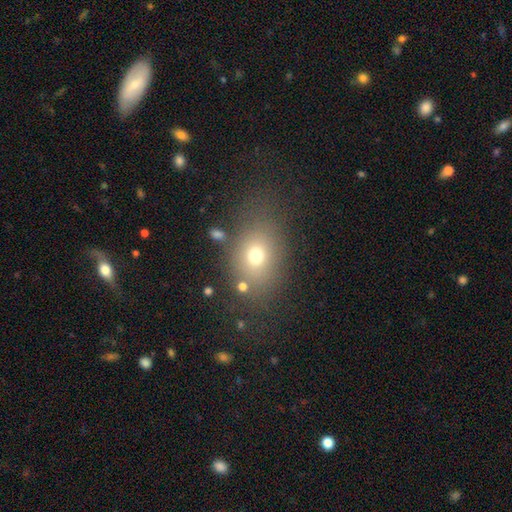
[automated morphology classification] The model was most divided on "how rounded": in between: 63%, round: 35%, cigar-shaped: 1%. More confident: smooth or featured — smooth (71%); merging — none (71%).